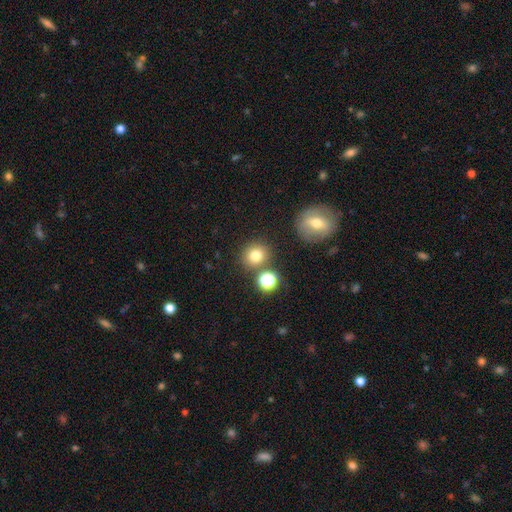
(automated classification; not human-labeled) This is likely a smooth galaxy (76%). How rounded: clearly round (86%). Merging: likely none (77%).